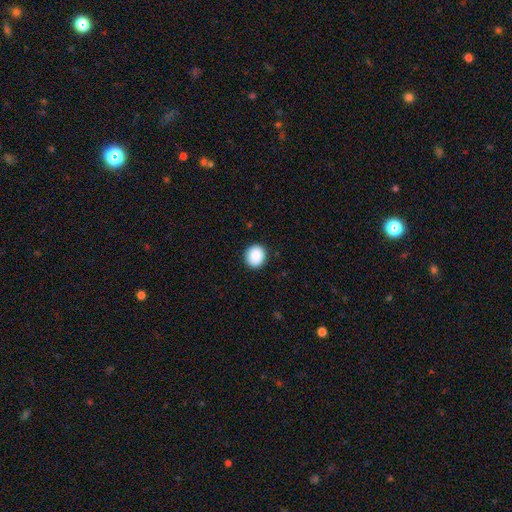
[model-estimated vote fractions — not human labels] Smooth or featured?
  - smooth: 89% *
  - star or artifact: 8%
  - featured or disk: 3%
How rounded?
  - round: 81% *
  - in between: 18%
  - cigar-shaped: 1%
Merging?
  - none: 91% *
  - minor disturbance: 6%
  - major disturbance: 2%
  - merger: 1%